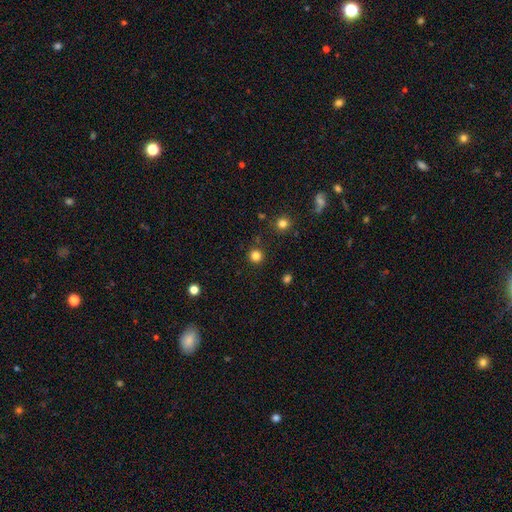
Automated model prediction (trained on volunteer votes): Smooth or featured: smooth — 83% (star or artifact — 14%)
How rounded: round — 95% (in between — 4%)
Merging: none — 90% (minor disturbance — 6%)